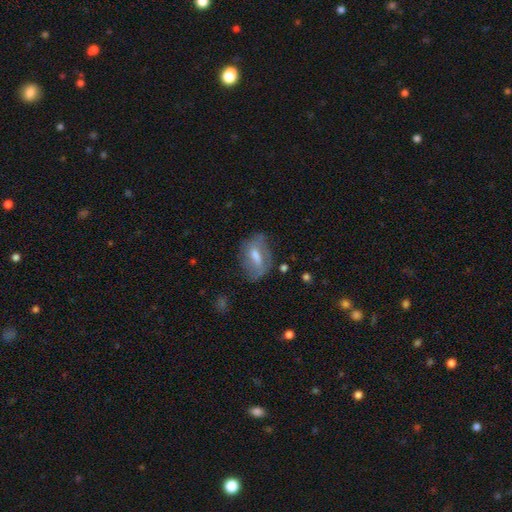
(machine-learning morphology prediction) The model was most divided on "smooth or featured": smooth: 46%, featured or disk: 45%, star or artifact: 9%. More confident: merging — none (57%).